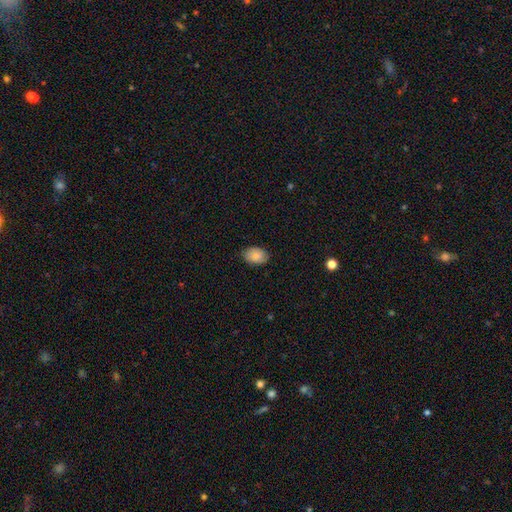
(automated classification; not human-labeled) smooth 86%, featured or disk 7%, star or artifact 7%. Down the decision tree: how rounded — in between (81%); merging — none (85%).